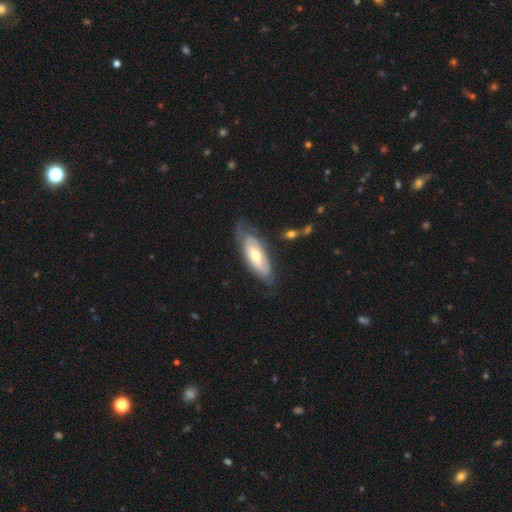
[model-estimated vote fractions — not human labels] Overall: featured or disk (57%; smooth 38%). Edge-on disk: no (78%). Merging: none (61%; minor disturbance 26%).